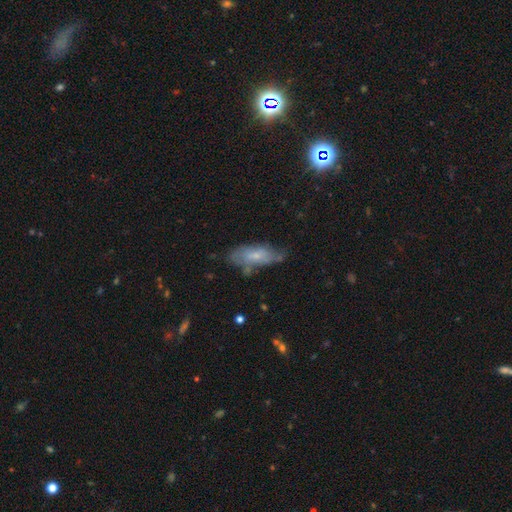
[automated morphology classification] Smooth or featured?
  - smooth: 55% *
  - featured or disk: 37%
  - star or artifact: 8%
How rounded?
  - in between: 76% *
  - cigar-shaped: 21%
  - round: 3%
Merging?
  - none: 49% *
  - minor disturbance: 33%
  - major disturbance: 12%
  - merger: 6%